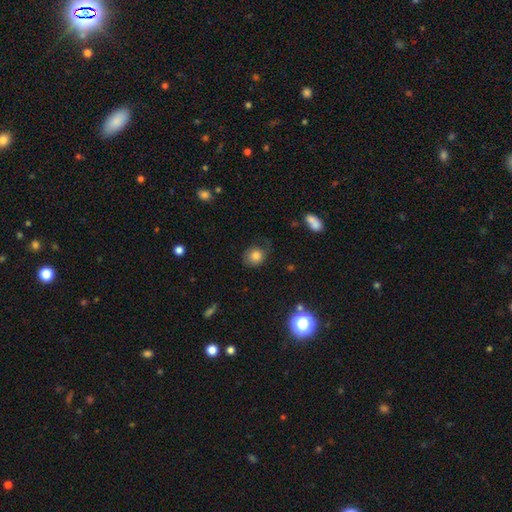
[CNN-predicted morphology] smooth-or-featured: smooth: 78% | featured or disk: 12% | star or artifact: 11%
  how-rounded: round: 73% | in between: 26% | cigar-shaped: 1%
  merging: none: 55% | minor disturbance: 27% | major disturbance: 16% | merger: 2%